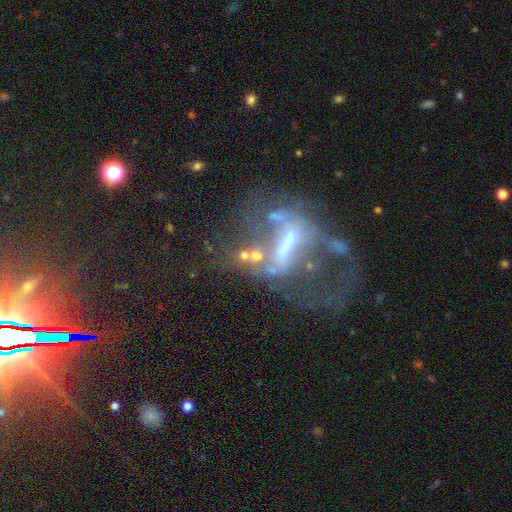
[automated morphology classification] featured or disk 58%, star or artifact 21%, smooth 20%. Down the decision tree: edge-on disk — no (90%); bar — strong (44%); spiral arms — no (68%); bulge size — none (40%); merging — none (35%).